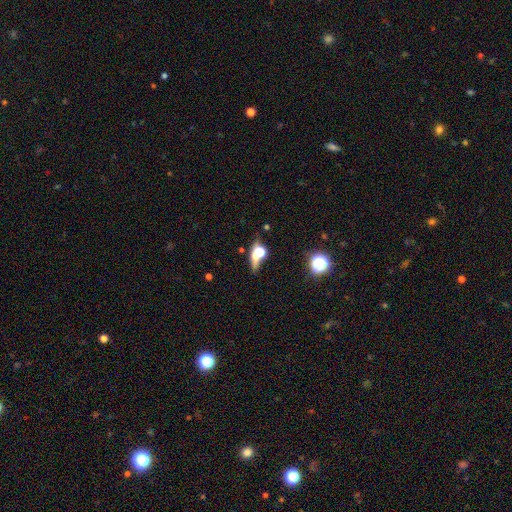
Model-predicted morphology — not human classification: smooth_or_featured: smooth (p=0.55) [alt: featured or disk p=0.27]
how_rounded: in between (p=0.44) [alt: round p=0.33]
merging: none (p=0.33) [alt: merger p=0.29]